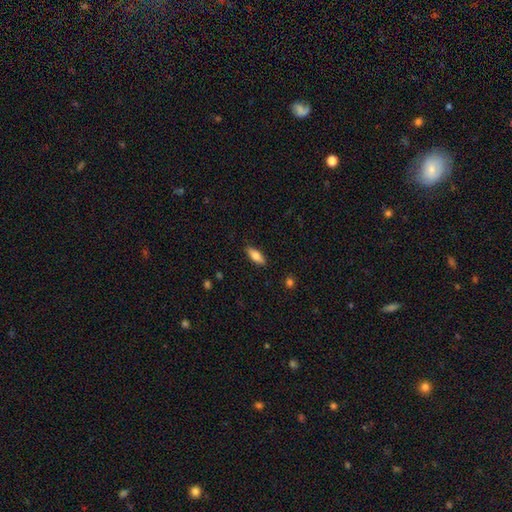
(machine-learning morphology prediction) smooth_or_featured: smooth (p=0.74) [alt: featured or disk p=0.20]
how_rounded: in between (p=0.67) [alt: cigar-shaped p=0.31]
merging: none (p=0.88) [alt: minor disturbance p=0.09]